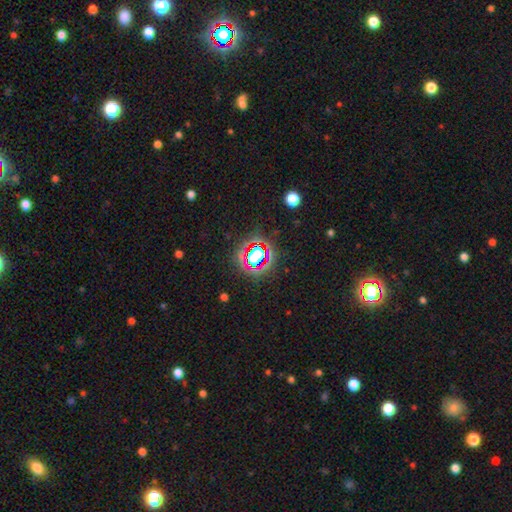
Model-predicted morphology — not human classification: type=star or artifact (64%).